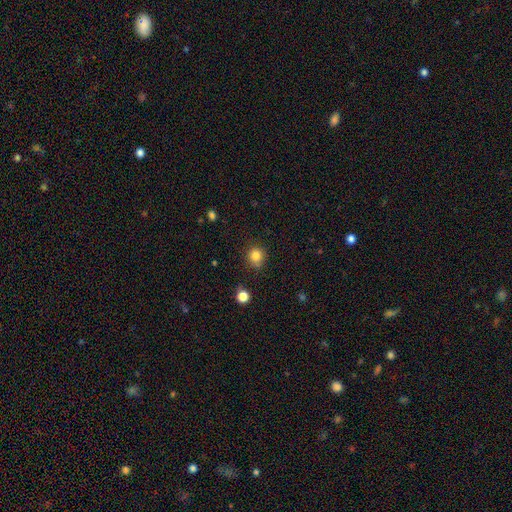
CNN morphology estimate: smooth-or-featured: smooth: 83% | star or artifact: 12% | featured or disk: 5%
  how-rounded: round: 89% | in between: 10% | cigar-shaped: 1%
  merging: none: 76% | minor disturbance: 15% | merger: 6% | major disturbance: 4%